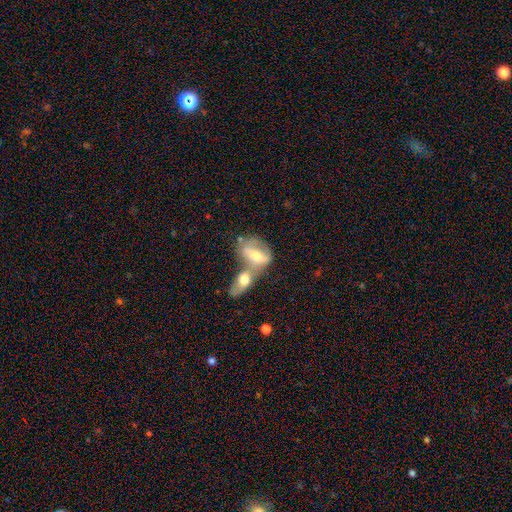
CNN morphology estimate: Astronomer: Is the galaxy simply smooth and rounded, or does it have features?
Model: featured or disk — 49% (runner-up: smooth, 44%).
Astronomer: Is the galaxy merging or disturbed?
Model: merger — 70%.